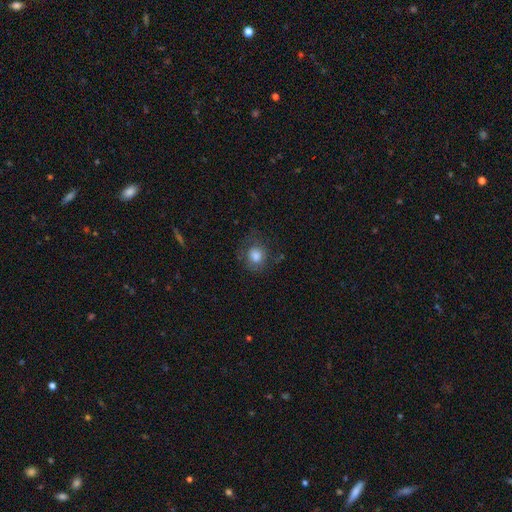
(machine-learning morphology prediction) The model was most divided on "merging": none: 67%, minor disturbance: 20%, major disturbance: 12%, merger: 2%. More confident: smooth or featured — smooth (78%); how rounded — round (75%).